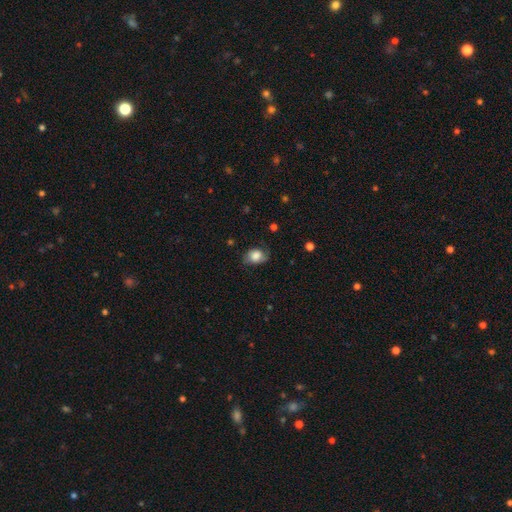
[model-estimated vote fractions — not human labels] Smooth or featured: smooth — 70% (featured or disk — 22%)
How rounded: in between — 62% (round — 37%)
Merging: none — 61% (minor disturbance — 28%)